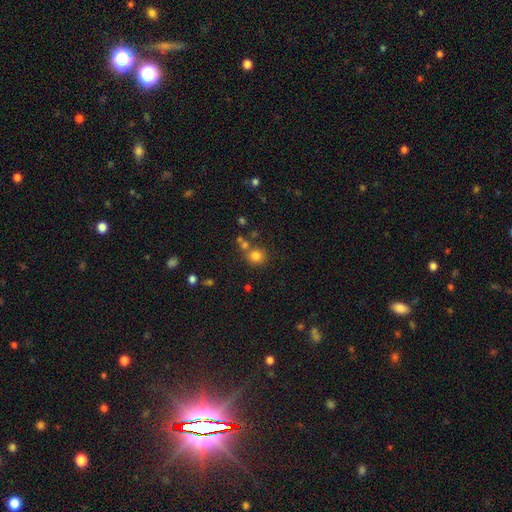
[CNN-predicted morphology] type=smooth (79%); roundness=round (88%); merging=none (68%).